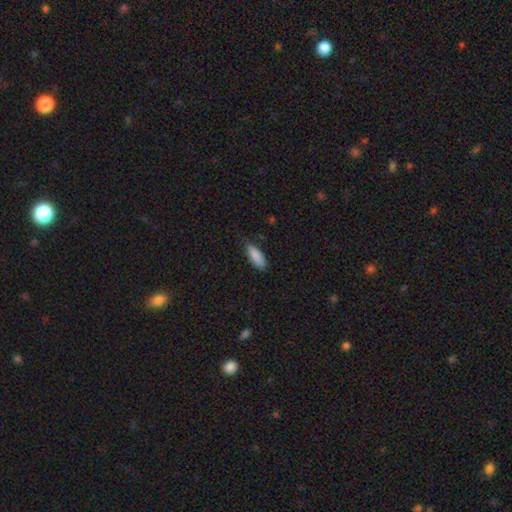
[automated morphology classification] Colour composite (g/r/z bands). It shows a smooth galaxy with no disk features (88%) that is in between round and cigar-shaped (65%). Merging: none (80%).